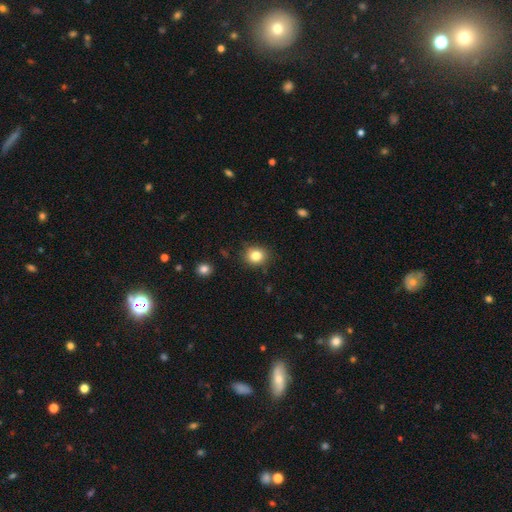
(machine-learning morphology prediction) The model was most divided on "how rounded": round: 77%, in between: 22%, cigar-shaped: 1%. More confident: merging — none (86%); smooth or featured — smooth (82%).